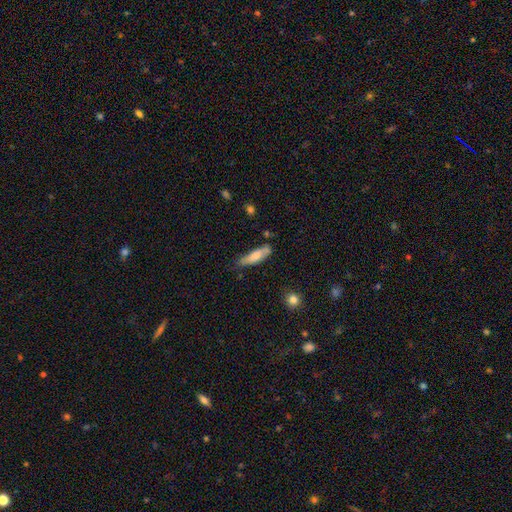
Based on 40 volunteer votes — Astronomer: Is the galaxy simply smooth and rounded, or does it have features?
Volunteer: smooth — 68%.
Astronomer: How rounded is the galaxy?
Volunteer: in between — 56% (runner-up: cigar-shaped, 44%).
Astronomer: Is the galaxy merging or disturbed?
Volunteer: minor disturbance — 44% (runner-up: none, 42%).